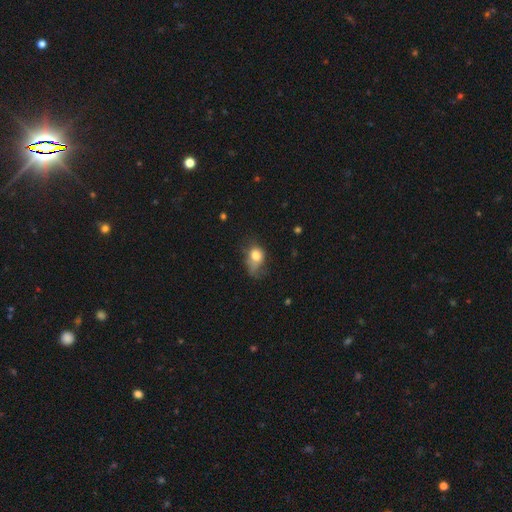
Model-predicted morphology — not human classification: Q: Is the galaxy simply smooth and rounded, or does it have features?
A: smooth — 74%.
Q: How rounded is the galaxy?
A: in between — 56%.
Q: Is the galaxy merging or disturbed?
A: minor disturbance — 34%.